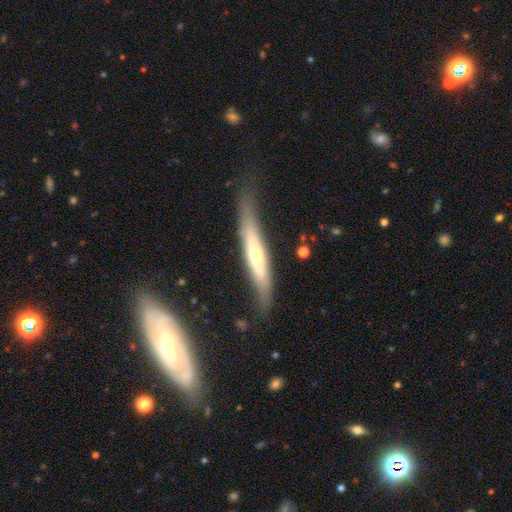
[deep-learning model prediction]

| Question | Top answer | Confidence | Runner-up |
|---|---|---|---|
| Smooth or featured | featured or disk | 57% | smooth (37%) |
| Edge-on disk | yes | 79% | no (21%) |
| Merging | none | 70% | minor disturbance (20%) |